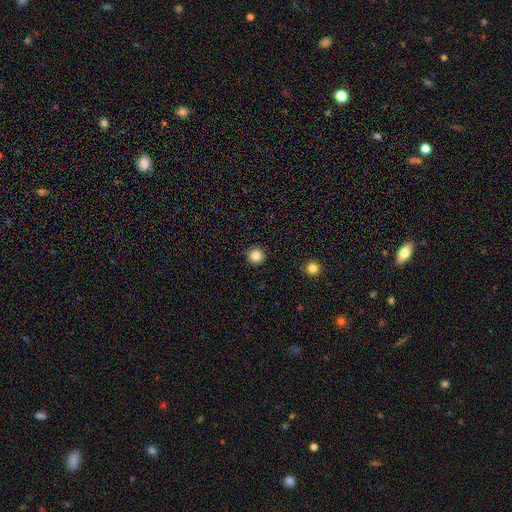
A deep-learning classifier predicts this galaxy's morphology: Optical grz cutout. It shows a smooth galaxy with no disk features (84%) that is round (96%). Merging: none (92%).